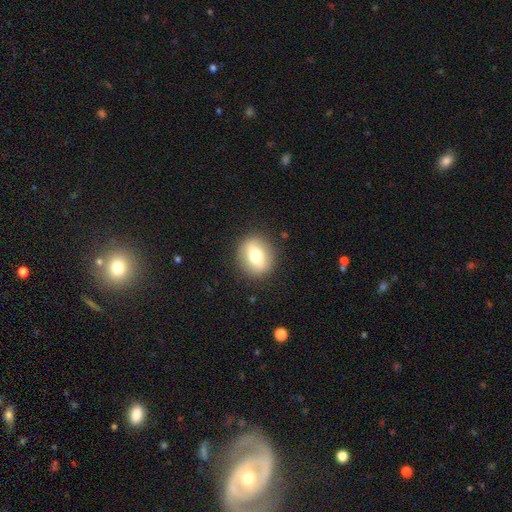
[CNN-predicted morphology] Smooth or featured? Predicted: smooth (p=0.59). How rounded? Predicted: round (p=0.67). Merging? Predicted: none (p=0.87).